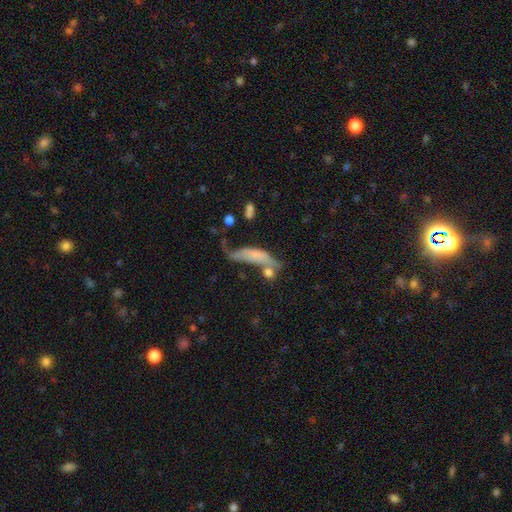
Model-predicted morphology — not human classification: Smooth or featured?
  - smooth: 54% *
  - featured or disk: 35%
  - star or artifact: 10%
How rounded?
  - cigar-shaped: 61% *
  - in between: 36%
  - round: 4%
Merging?
  - none: 30% *
  - major disturbance: 24%
  - minor disturbance: 23%
  - merger: 23%